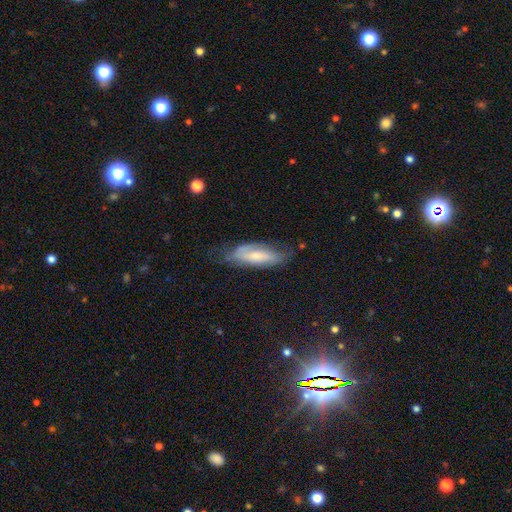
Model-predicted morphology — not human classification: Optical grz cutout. It shows a featured or disk galaxy (52%). Merging: none (57%).